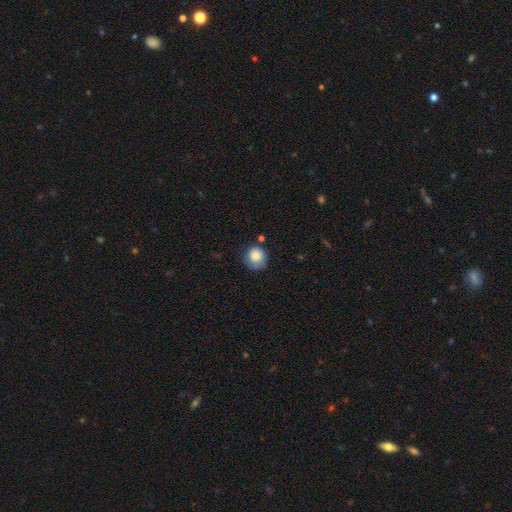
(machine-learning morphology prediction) smooth 83%, star or artifact 9%, featured or disk 8%. Down the decision tree: how rounded — round (89%); merging — none (65%).